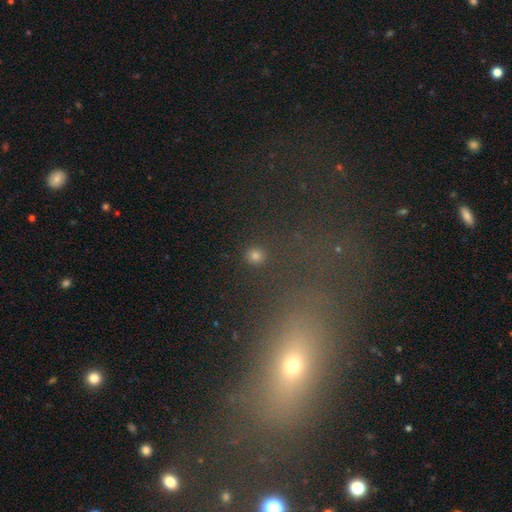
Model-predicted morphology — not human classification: Q: Smooth or featured?
A: smooth (74%); runner-up: star or artifact (20%)
Q: How rounded?
A: round (87%); runner-up: in between (12%)
Q: Merging?
A: none (89%); runner-up: minor disturbance (5%)